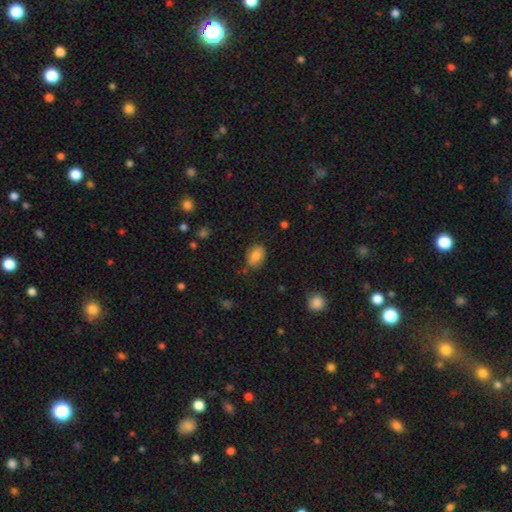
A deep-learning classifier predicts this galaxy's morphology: A smooth galaxy with no disk features (83%) that is in between round and cigar-shaped (73%). Merging: none (78%).